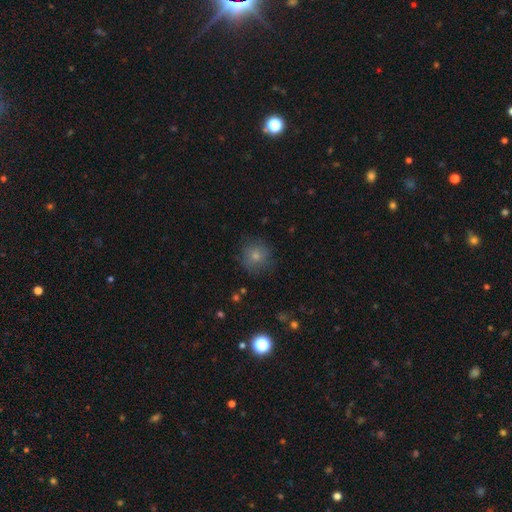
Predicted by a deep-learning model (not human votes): This is likely a smooth galaxy (78%). How rounded: clearly round (90%). Merging: likely none (78%).